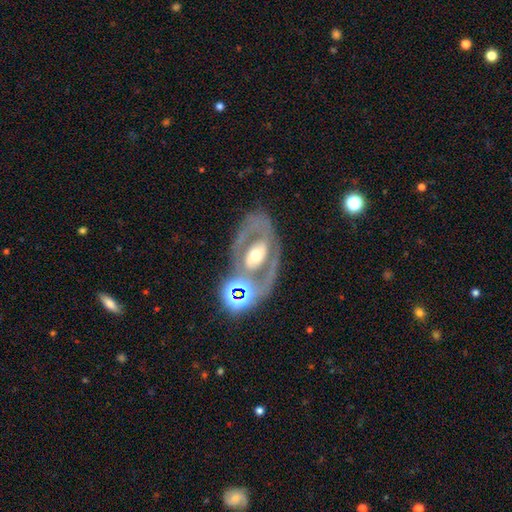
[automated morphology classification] Smooth or featured? Predicted: featured or disk (p=0.69). Edge-on disk? Predicted: no (p=0.93). Bar? Predicted: no (p=0.47). Spiral arms? Predicted: no (p=0.59). Bulge size? Predicted: moderate (p=0.67). Merging? Predicted: none (p=0.57).